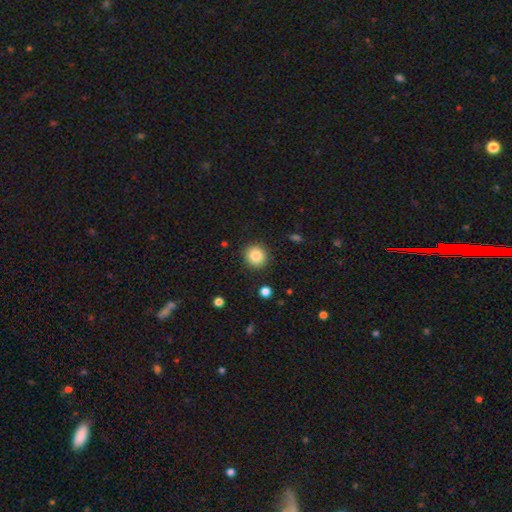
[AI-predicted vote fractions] Q: Smooth or featured?
A: smooth (85%); runner-up: star or artifact (10%)
Q: How rounded?
A: round (91%); runner-up: in between (8%)
Q: Merging?
A: none (90%); runner-up: minor disturbance (6%)